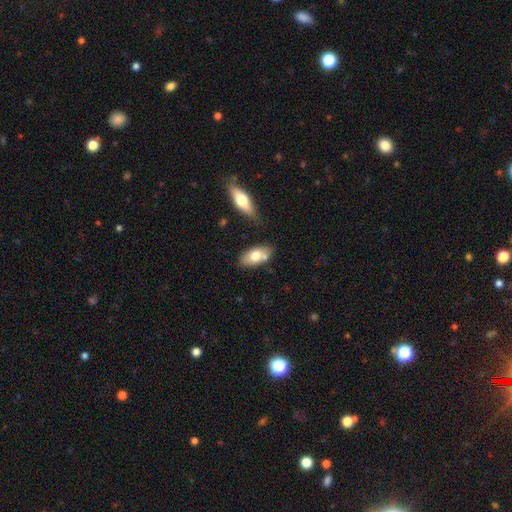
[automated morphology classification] Smooth or featured? smooth (68%)
How rounded? in between (89%)
Merging? none (66%)